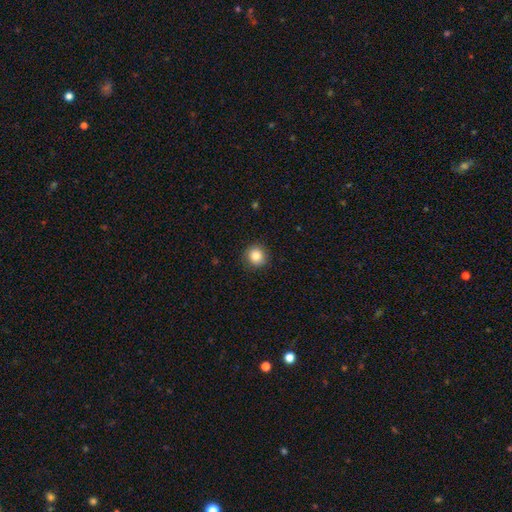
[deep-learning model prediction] smooth_or_featured: smooth (p=0.84) [alt: star or artifact p=0.10]
how_rounded: round (p=0.92) [alt: in between p=0.07]
merging: none (p=0.89) [alt: minor disturbance p=0.07]